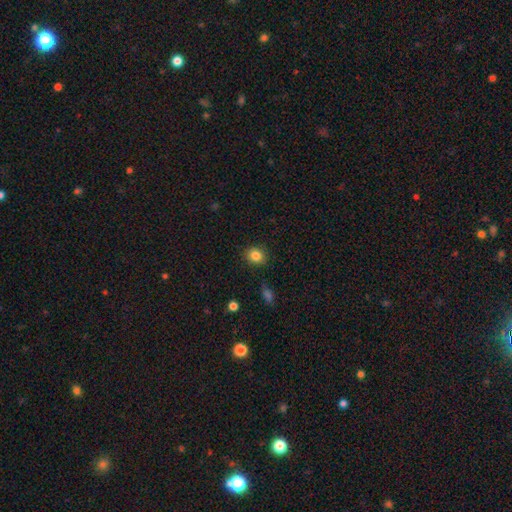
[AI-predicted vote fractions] Smooth or featured: smooth — 84% (star or artifact — 11%)
How rounded: round — 74% (in between — 25%)
Merging: none — 88% (minor disturbance — 8%)